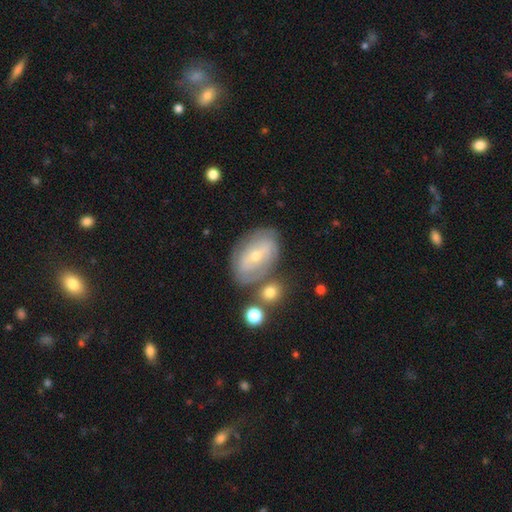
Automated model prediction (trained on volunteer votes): This appears to be a featured or disk galaxy (66%) with no bar (40%), spiral arms (66%) and a small central bulge (63%). Merging: none (63%).